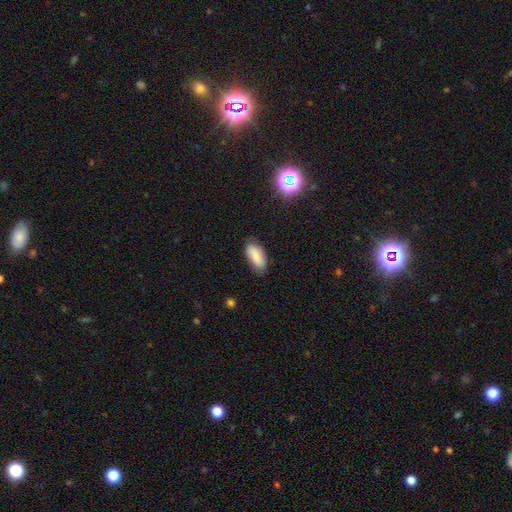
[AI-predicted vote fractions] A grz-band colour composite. It shows a smooth galaxy with no disk features (85%) that is in between round and cigar-shaped (88%). Merging: none (76%).